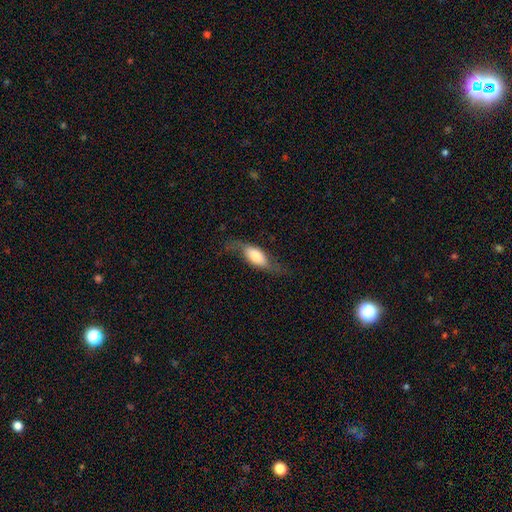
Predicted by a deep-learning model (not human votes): Overall: smooth (50%; featured or disk 43%). Merging: none (59%; minor disturbance 23%).